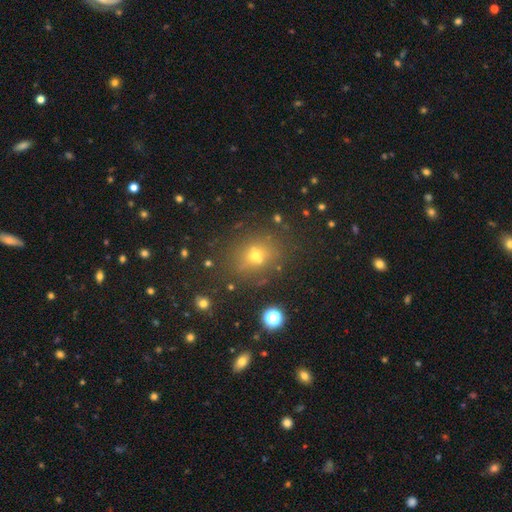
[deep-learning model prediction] Q: Smooth or featured?
A: smooth (52%); runner-up: star or artifact (28%)
Q: How rounded?
A: round (63%); runner-up: in between (35%)
Q: Merging?
A: none (70%); runner-up: minor disturbance (13%)